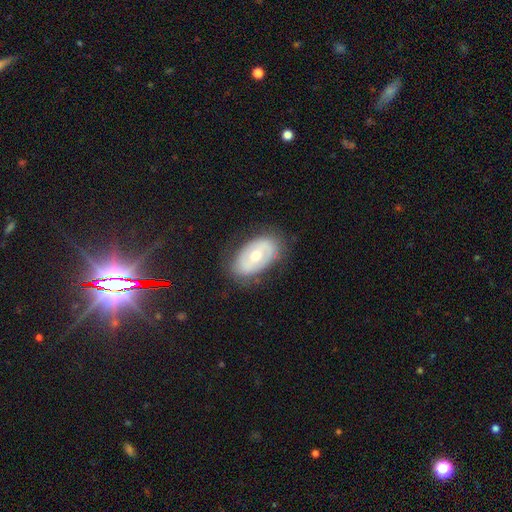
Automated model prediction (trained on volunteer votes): featured or disk 54%, smooth 40%, star or artifact 6%. Down the decision tree: edge-on disk — no (92%); merging — none (76%).